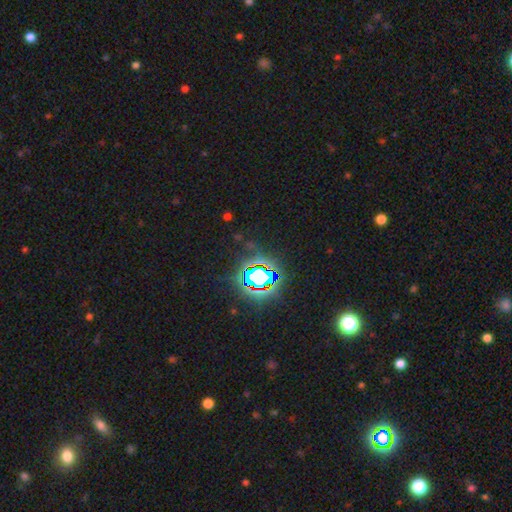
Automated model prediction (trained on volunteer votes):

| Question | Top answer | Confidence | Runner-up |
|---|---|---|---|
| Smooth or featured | star or artifact | 84% | smooth (10%) |